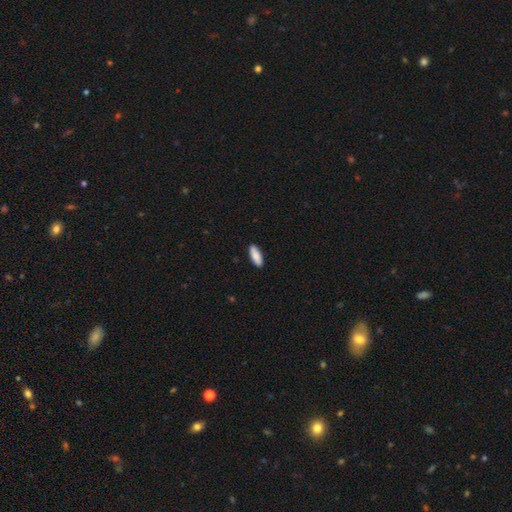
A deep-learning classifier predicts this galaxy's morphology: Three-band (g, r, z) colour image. It shows a smooth galaxy with no disk features (87%) that is in between round and cigar-shaped (74%). Merging: none (88%).